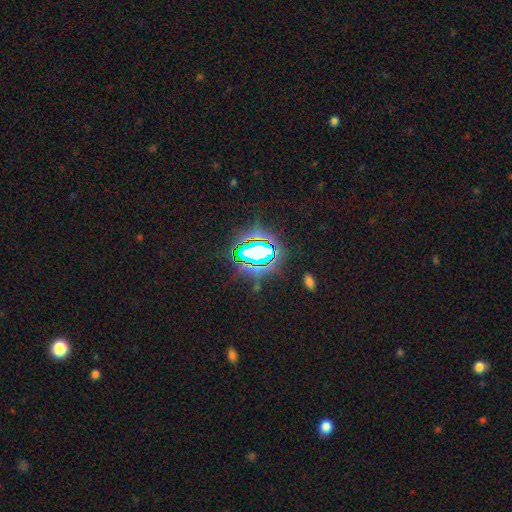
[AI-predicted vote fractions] This is likely a star or artifact rather than a galaxy (72%).